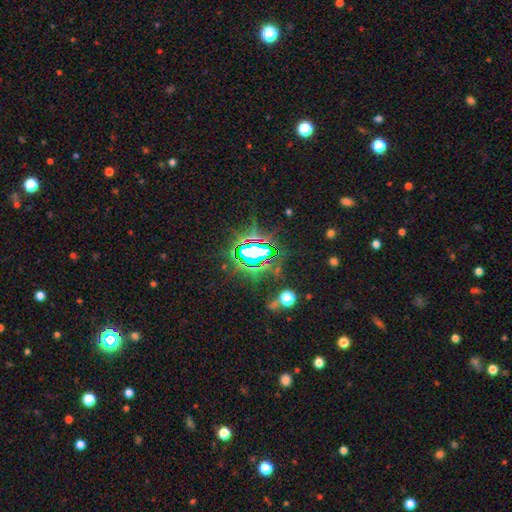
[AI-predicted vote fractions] Morphology: type=star or artifact (77%).